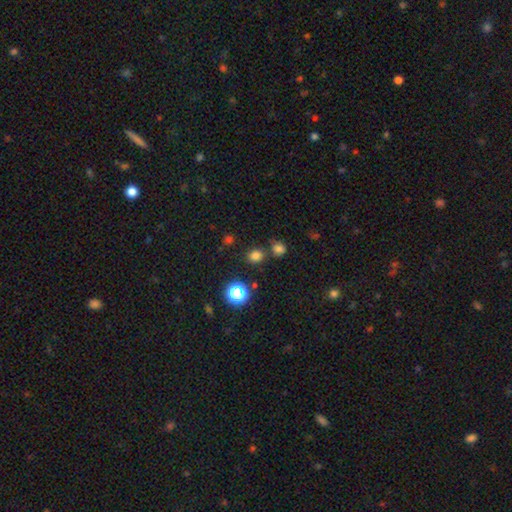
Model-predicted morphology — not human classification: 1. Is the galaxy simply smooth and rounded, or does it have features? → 74% smooth, 21% star or artifact, 5% featured or disk.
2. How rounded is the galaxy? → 76% round, 23% in between, 1% cigar-shaped.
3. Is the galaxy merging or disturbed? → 77% none, 12% merger, 8% minor disturbance, 3% major disturbance.